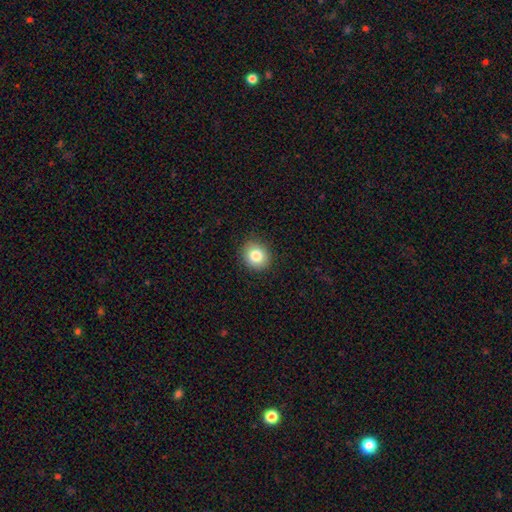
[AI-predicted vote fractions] Q: Smooth or featured?
A: smooth (83%); runner-up: star or artifact (9%)
Q: How rounded?
A: round (73%); runner-up: in between (26%)
Q: Merging?
A: none (89%); runner-up: minor disturbance (8%)